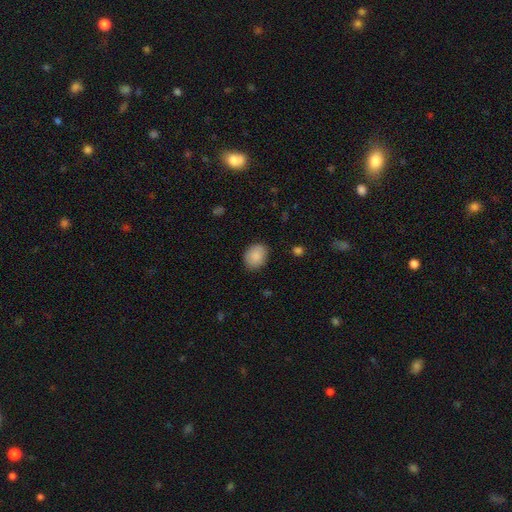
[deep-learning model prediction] smooth 88%, star or artifact 7%, featured or disk 5%. Down the decision tree: how rounded — in between (54%); merging — none (84%).